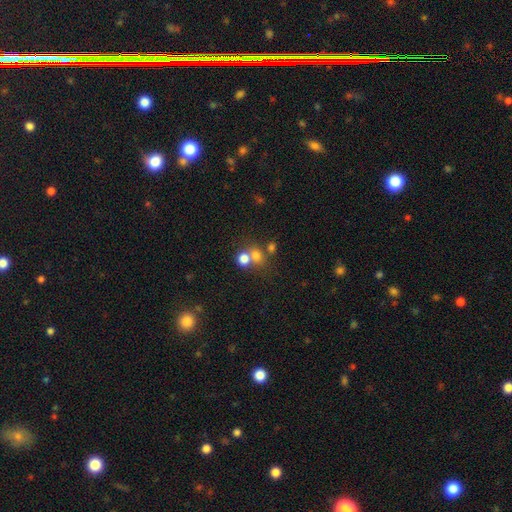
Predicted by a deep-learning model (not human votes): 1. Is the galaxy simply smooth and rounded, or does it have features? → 72% smooth, 16% star or artifact, 12% featured or disk.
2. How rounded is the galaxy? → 76% round, 23% in between, 1% cigar-shaped.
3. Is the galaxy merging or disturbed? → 44% merger (tied), 44% none (tied), 7% minor disturbance, 4% major disturbance.